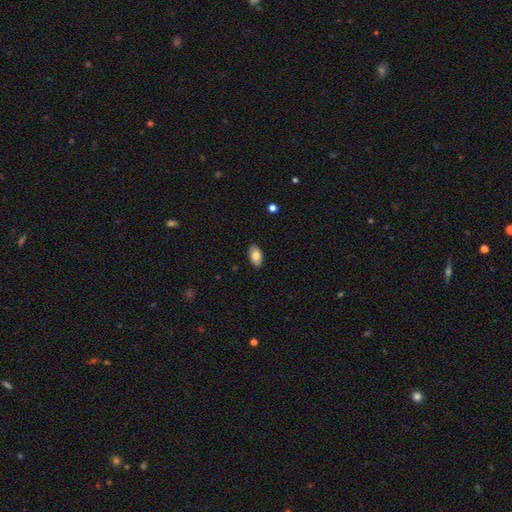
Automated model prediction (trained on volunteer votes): Overall: smooth (81%). How rounded: in between (94%). Merging: none (88%).